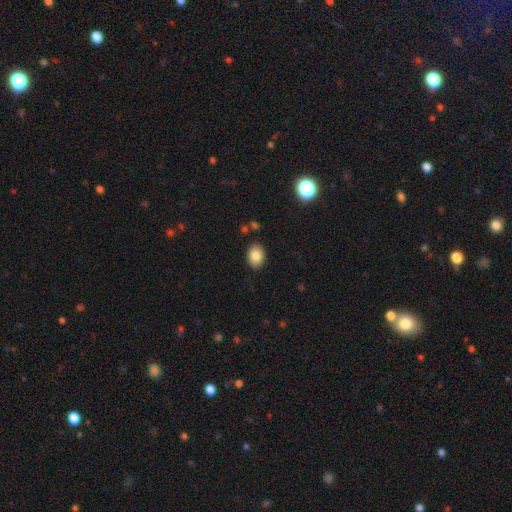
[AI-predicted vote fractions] Q: Smooth or featured?
A: smooth (84%); runner-up: star or artifact (8%)
Q: How rounded?
A: in between (75%); runner-up: round (24%)
Q: Merging?
A: none (88%); runner-up: minor disturbance (8%)